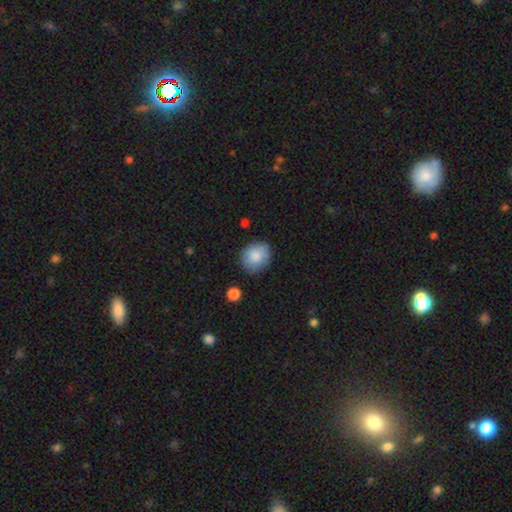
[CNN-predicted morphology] smooth 83%, featured or disk 10%, star or artifact 7%. Down the decision tree: how rounded — round (68%); merging — none (78%).